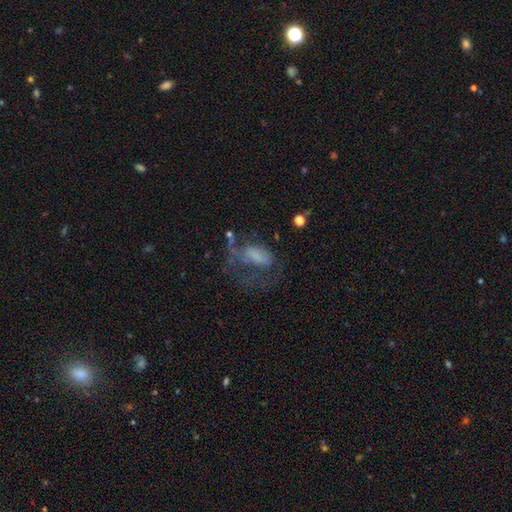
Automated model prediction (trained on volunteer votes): A featured or disk galaxy (47%). Merging: major disturbance (55%).